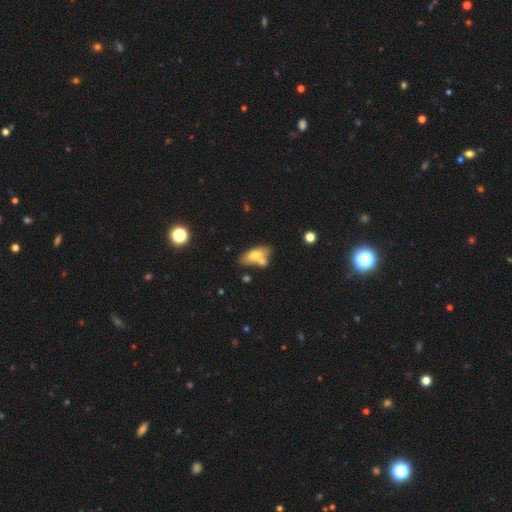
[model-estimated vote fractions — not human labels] Smooth or featured?
  - smooth: 68% *
  - featured or disk: 24%
  - star or artifact: 8%
How rounded?
  - in between: 85% *
  - cigar-shaped: 10%
  - round: 5%
Merging?
  - none: 45% *
  - merger: 34%
  - minor disturbance: 15%
  - major disturbance: 6%